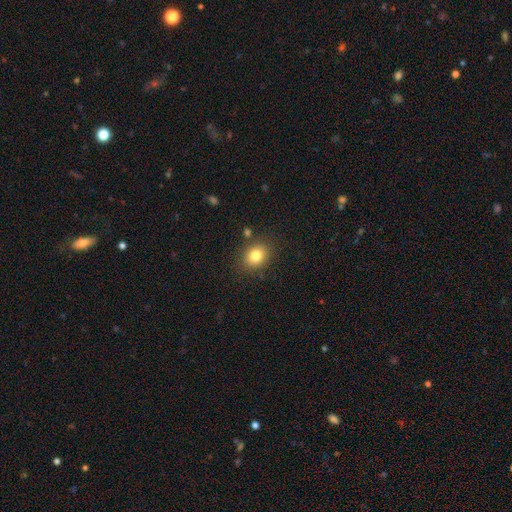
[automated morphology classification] Q: Smooth or featured?
A: smooth (81%); runner-up: star or artifact (11%)
Q: How rounded?
A: round (52%); runner-up: in between (47%)
Q: Merging?
A: none (83%); runner-up: minor disturbance (10%)